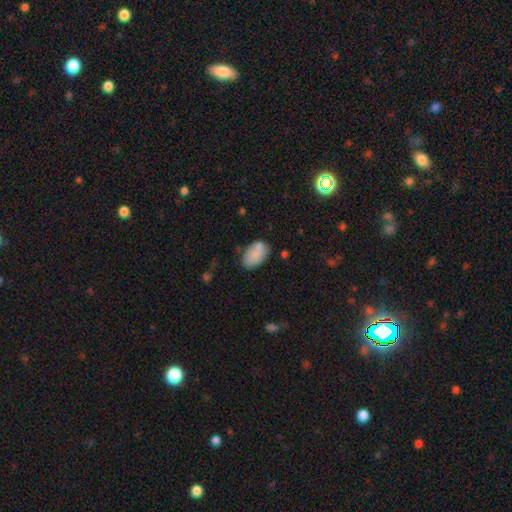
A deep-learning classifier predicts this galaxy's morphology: Smooth or featured? smooth (80%)
How rounded? in between (91%)
Merging? none (61%)